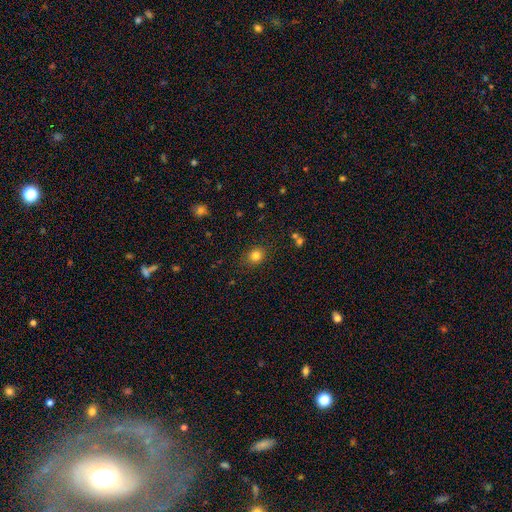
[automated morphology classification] The model was most divided on "how rounded": round: 69%, in between: 30%, cigar-shaped: 1%. More confident: merging — none (85%); smooth or featured — smooth (82%).